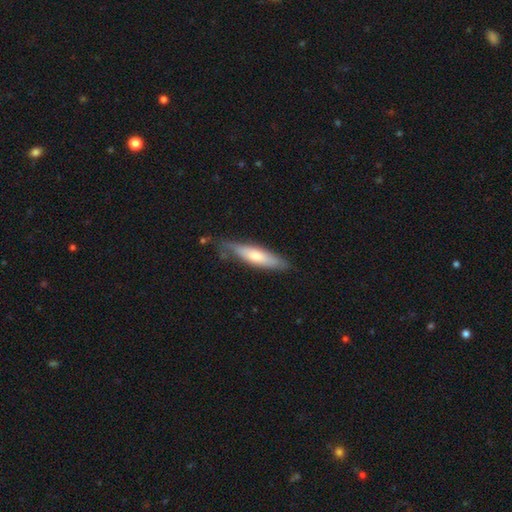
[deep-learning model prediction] Smooth or featured? smooth (63%)
How rounded? cigar-shaped (74%)
Merging? none (70%)